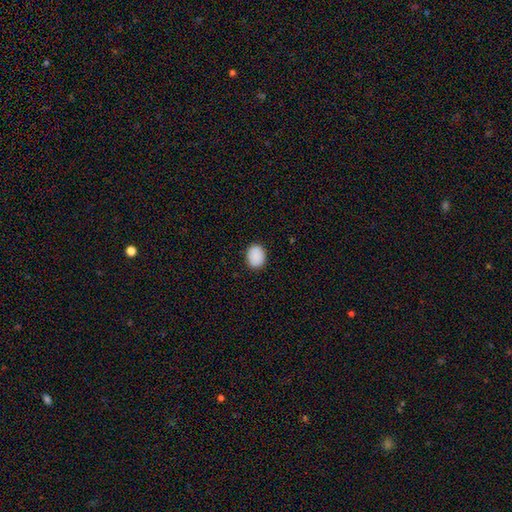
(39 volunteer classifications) This is clearly a smooth galaxy (90%). How rounded: possibly round (51%). Merging: clearly none (86%).